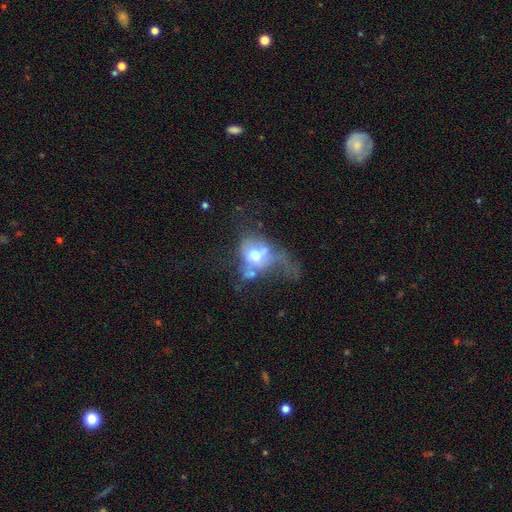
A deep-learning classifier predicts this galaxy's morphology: The model was most divided on "smooth or featured": smooth: 45%, featured or disk: 44%, star or artifact: 11%. Remaining: merging — major disturbance (46%).